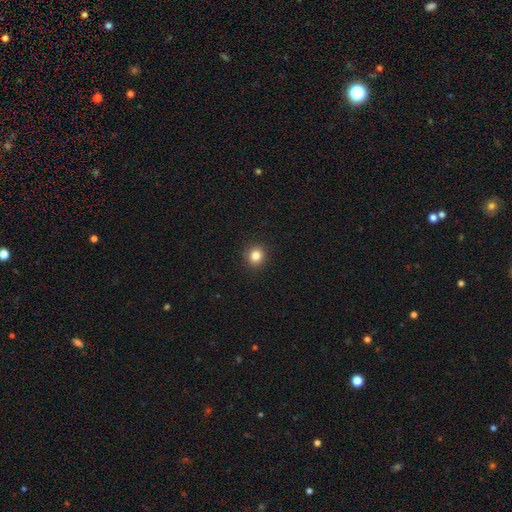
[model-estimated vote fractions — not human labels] Q: Smooth or featured?
A: smooth (83%); runner-up: star or artifact (12%)
Q: How rounded?
A: round (88%); runner-up: in between (11%)
Q: Merging?
A: none (92%); runner-up: minor disturbance (6%)